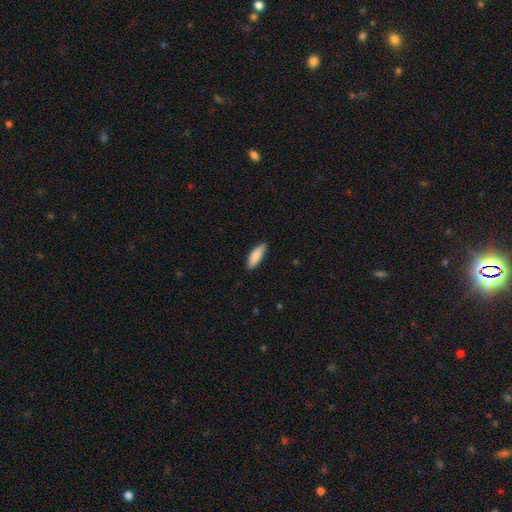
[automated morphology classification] A smooth galaxy with no disk features (87%) that is in between round and cigar-shaped (57%). Merging: none (86%).